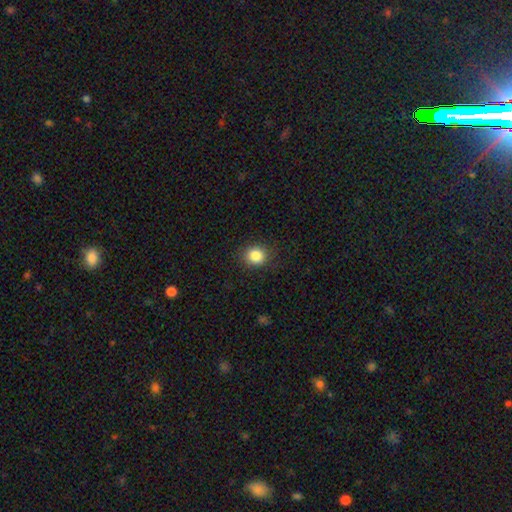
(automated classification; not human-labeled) Smooth or featured?
  - smooth: 85% *
  - star or artifact: 10%
  - featured or disk: 5%
How rounded?
  - round: 80% *
  - in between: 19%
  - cigar-shaped: 1%
Merging?
  - none: 88% *
  - minor disturbance: 8%
  - major disturbance: 3%
  - merger: 1%